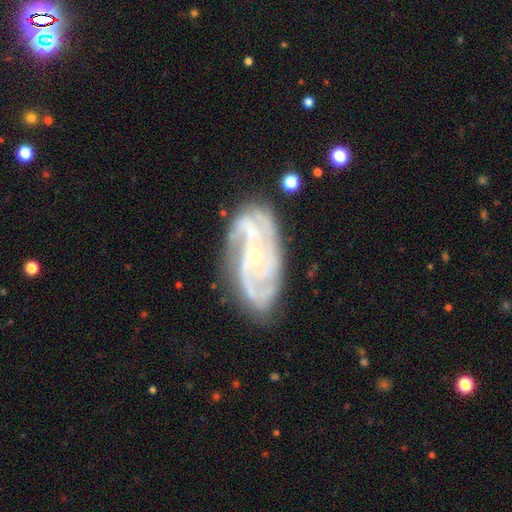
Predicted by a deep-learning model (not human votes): Morphology: type=featured or disk (87%); edge-on=no (96%); bar=no (59%); spiral arms=yes (98%); winding=tight (57%); arm count=3 (38%); bulge=small (75%); merging=none (75%).